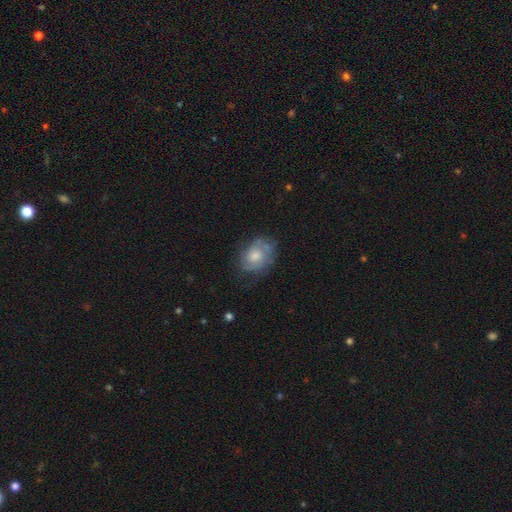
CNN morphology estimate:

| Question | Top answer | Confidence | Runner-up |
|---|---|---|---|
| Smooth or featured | smooth | 51% | featured or disk (41%) |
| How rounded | in between | 65% | round (34%) |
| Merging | none | 58% | minor disturbance (27%) |